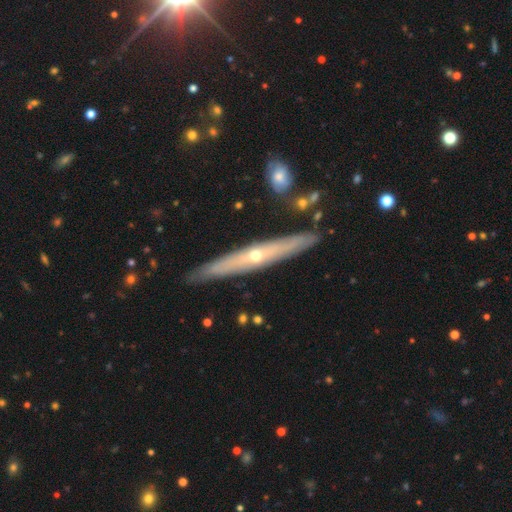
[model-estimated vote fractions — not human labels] featured or disk 73%, smooth 20%, star or artifact 6%. Down the decision tree: edge-on disk — yes (89%); edge-on bulge — rounded (75%); merging — none (87%).